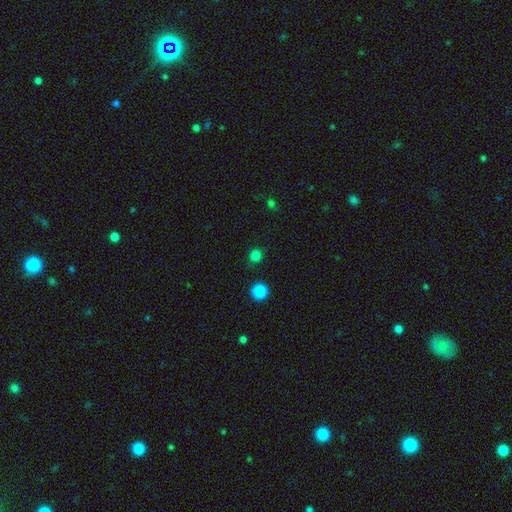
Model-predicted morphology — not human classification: A smooth galaxy with no disk features (80%) that is round (92%).

Vote fractions:
- Smooth or featured? smooth: 80% / star or artifact: 17% / featured or disk: 3%
- How rounded? round: 92% / in between: 7% / cigar-shaped: 1%
- Merging? none: 90% / minor disturbance: 6% / major disturbance: 2% / merger: 2%